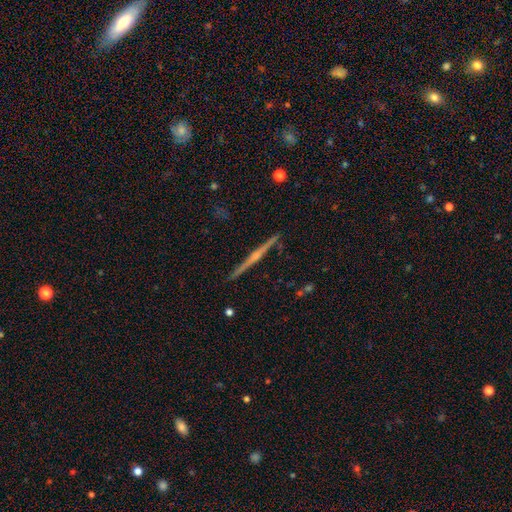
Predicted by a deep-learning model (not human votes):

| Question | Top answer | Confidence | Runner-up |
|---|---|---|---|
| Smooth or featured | featured or disk | 82% | smooth (12%) |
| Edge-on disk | yes | 99% | no (1%) |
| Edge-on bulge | rounded | 78% | none (15%) |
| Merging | none | 92% | minor disturbance (6%) |